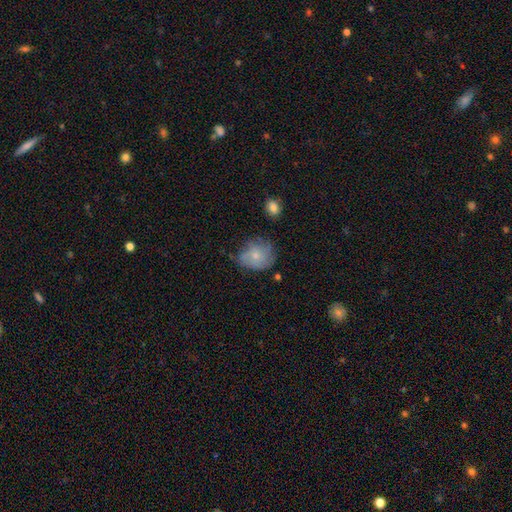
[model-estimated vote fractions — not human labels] This appears to be a smooth galaxy with no disk features (55%) that is round (66%). Merging: none (55%).